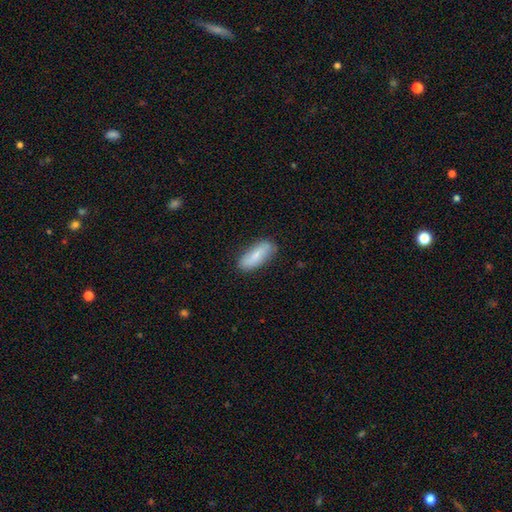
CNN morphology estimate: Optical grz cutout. It shows a smooth galaxy with no disk features (72%) that is in between round and cigar-shaped (71%). Merging: none (83%).